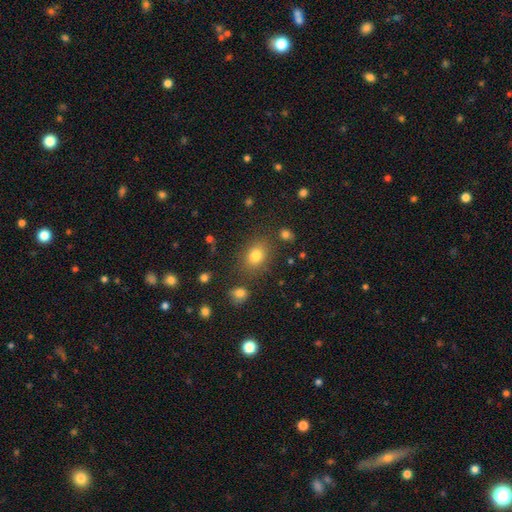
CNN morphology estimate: A smooth galaxy with no disk features (78%) that is in between round and cigar-shaped (57%). Merging: none (78%).